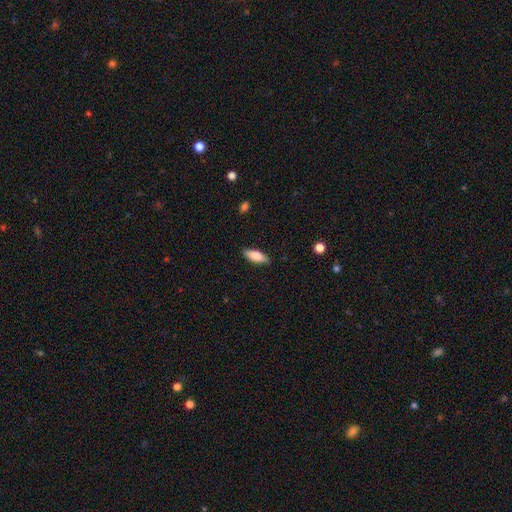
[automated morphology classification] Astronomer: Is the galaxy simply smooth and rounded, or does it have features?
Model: smooth — 77%.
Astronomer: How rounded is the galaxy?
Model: in between — 69%.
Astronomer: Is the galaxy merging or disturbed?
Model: none — 86%.